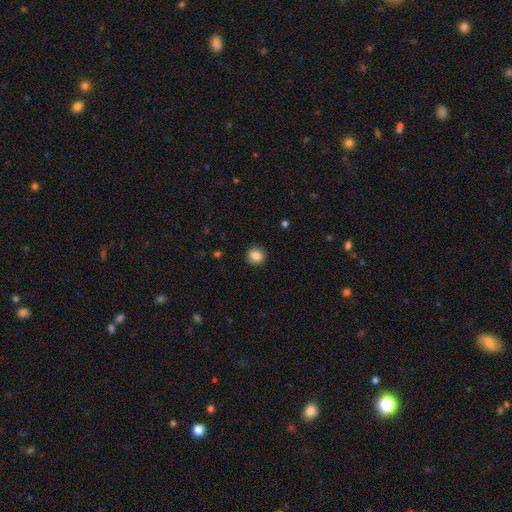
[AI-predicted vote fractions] A smooth galaxy with no disk features (85%) that is round (82%).

Vote fractions:
- Smooth or featured? smooth: 85% / star or artifact: 9% / featured or disk: 5%
- How rounded? round: 82% / in between: 17% / cigar-shaped: 1%
- Merging? none: 91% / minor disturbance: 6% / major disturbance: 2% / merger: 1%